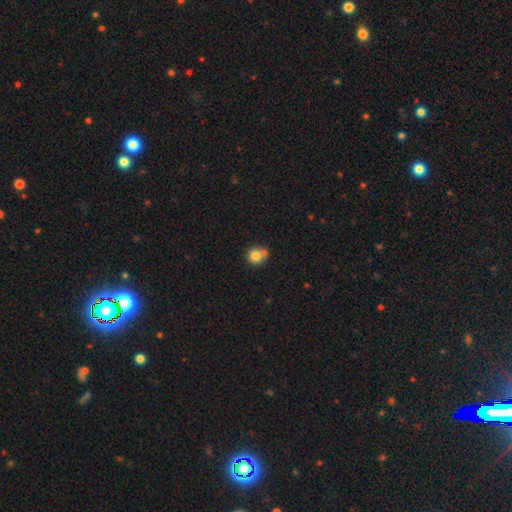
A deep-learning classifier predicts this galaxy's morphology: Overall: smooth (80%). How rounded: round (85%). Merging: none (56%; merger 22%).